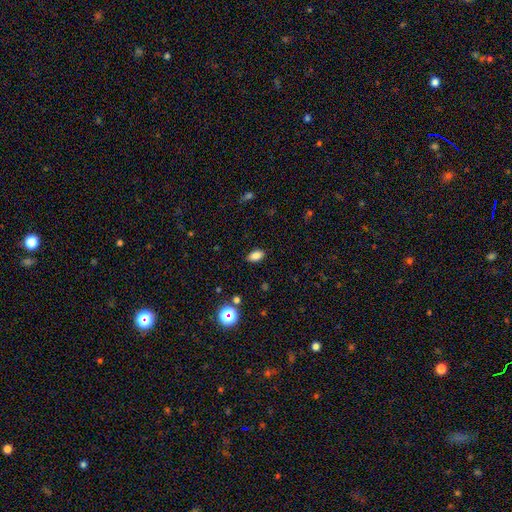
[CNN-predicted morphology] Smooth or featured? Predicted: smooth (p=0.82). How rounded? Predicted: in between (p=0.90). Merging? Predicted: none (p=0.87).